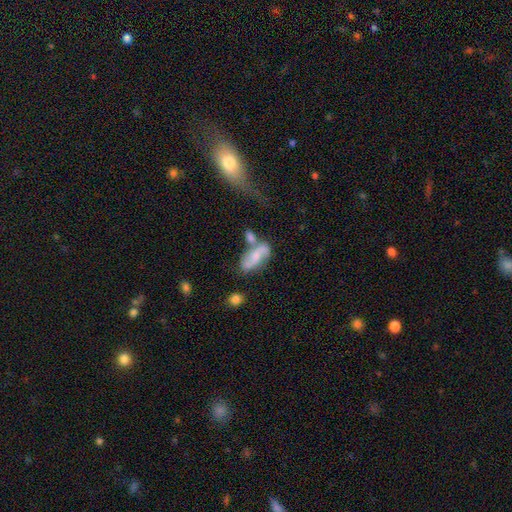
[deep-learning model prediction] This is likely a featured or disk galaxy (64%). It is clearly not viewed edge-on (93%). Bar: possibly no (50%). Spiral arm pattern: clearly yes (88%). Spiral arm count: clearly 2 (89%). Spiral winding: possibly loose (58%). Central bulge: marginally small (34%). Merging: marginally none (43%).